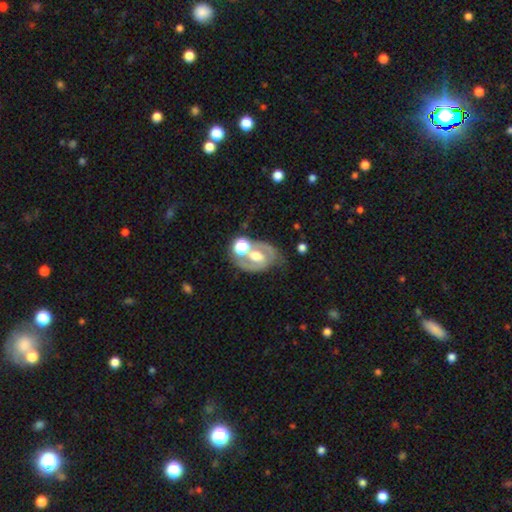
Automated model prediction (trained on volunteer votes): Smooth or featured? featured or disk (72%)
Edge-on disk? no (96%)
Bar? no (47%)
Spiral arms? yes (73%)
Spiral winding? medium (49%)
Spiral arm count? 2 (79%)
Bulge size? moderate (61%)
Merging? none (52%)